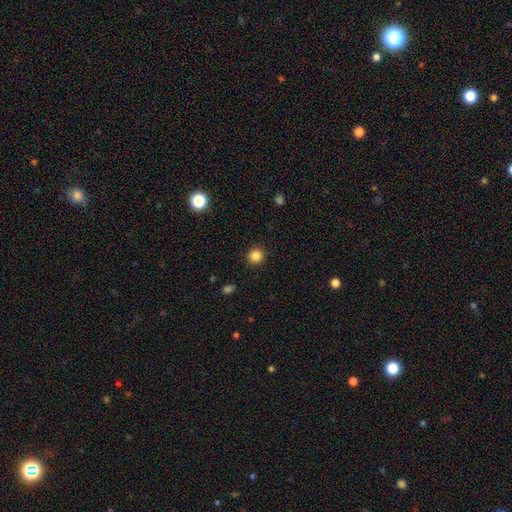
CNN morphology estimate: The model was most divided on "smooth or featured": smooth: 84%, star or artifact: 12%, featured or disk: 4%. More confident: how rounded — round (93%); merging — none (92%).